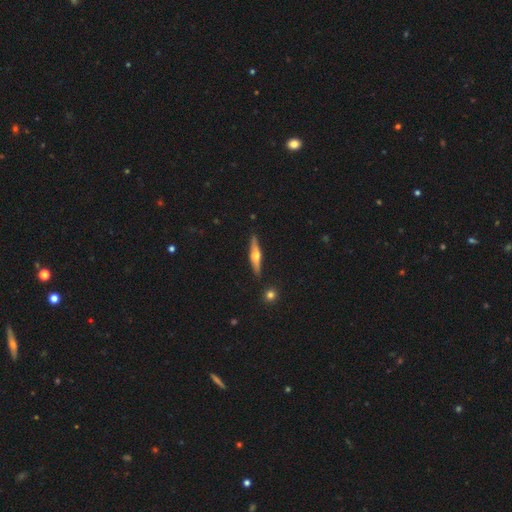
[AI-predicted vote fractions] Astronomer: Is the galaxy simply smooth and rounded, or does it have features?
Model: featured or disk — 68%.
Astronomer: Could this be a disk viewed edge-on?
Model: yes — 96%.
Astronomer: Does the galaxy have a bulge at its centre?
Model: rounded — 94%.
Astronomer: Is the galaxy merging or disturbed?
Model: none — 88%.